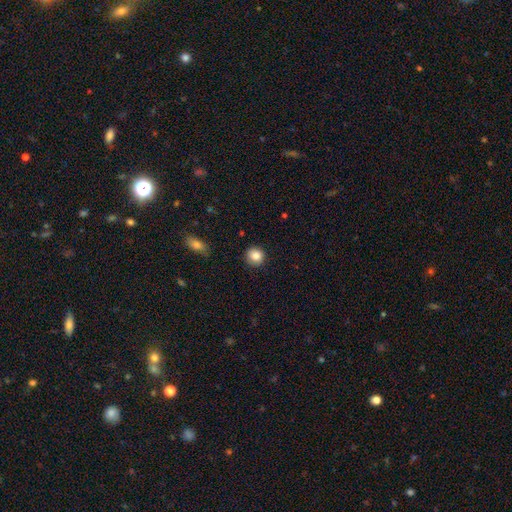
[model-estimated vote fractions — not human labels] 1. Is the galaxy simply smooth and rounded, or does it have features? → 85% smooth, 10% star or artifact, 6% featured or disk.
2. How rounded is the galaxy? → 89% round, 10% in between, 1% cigar-shaped.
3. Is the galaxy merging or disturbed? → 87% none, 10% minor disturbance, 2% major disturbance, 1% merger.